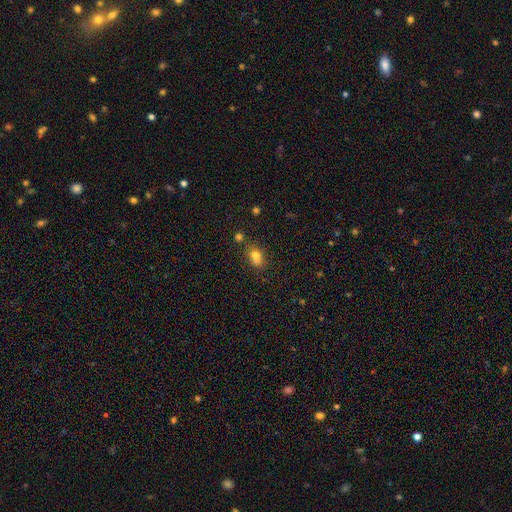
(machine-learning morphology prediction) Smooth or featured?
  - smooth: 74% *
  - star or artifact: 14%
  - featured or disk: 12%
How rounded?
  - in between: 58% *
  - round: 40%
  - cigar-shaped: 2%
Merging?
  - none: 52% *
  - merger: 25%
  - minor disturbance: 18%
  - major disturbance: 6%